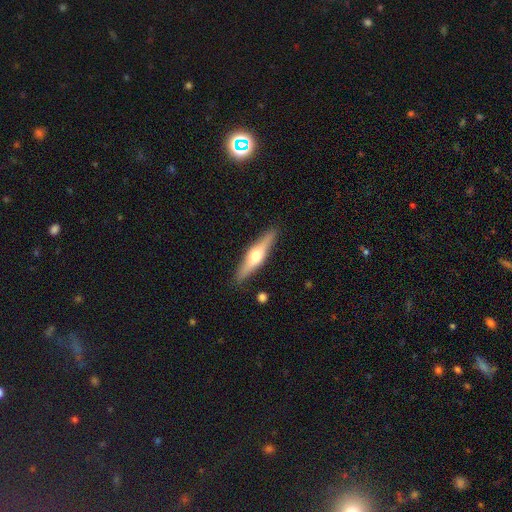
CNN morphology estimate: Q: Smooth or featured?
A: featured or disk (63%); runner-up: smooth (32%)
Q: Edge-on disk?
A: yes (96%); runner-up: no (4%)
Q: Edge-on bulge?
A: rounded (93%); runner-up: boxy (5%)
Q: Merging?
A: none (89%); runner-up: minor disturbance (8%)